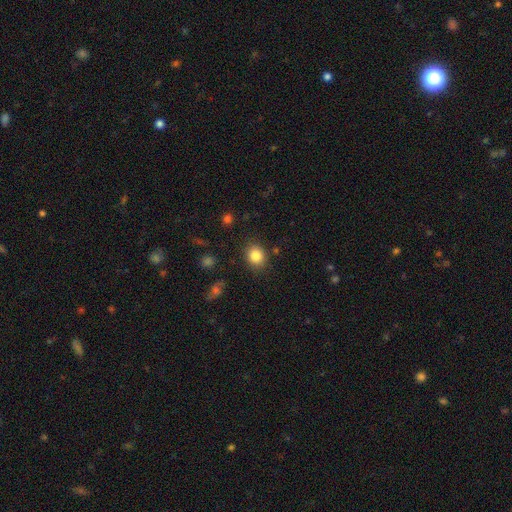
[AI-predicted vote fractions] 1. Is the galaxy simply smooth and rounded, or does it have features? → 84% smooth, 10% star or artifact, 6% featured or disk.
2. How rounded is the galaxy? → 64% round, 36% in between, 1% cigar-shaped.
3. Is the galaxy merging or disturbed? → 86% none, 10% minor disturbance, 3% major disturbance, 2% merger.